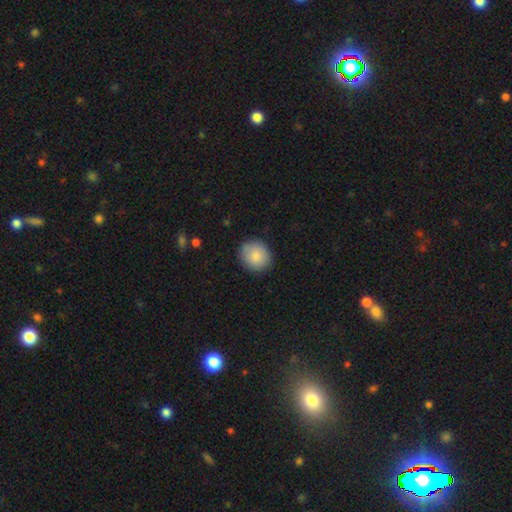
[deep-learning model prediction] This appears to be a smooth galaxy with no disk features (85%) that is round (85%). Merging: none (88%).